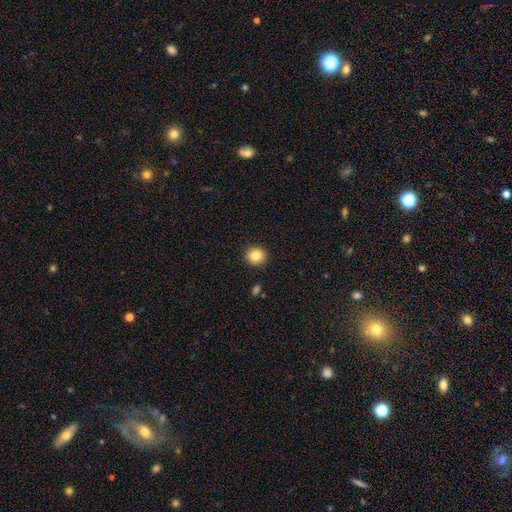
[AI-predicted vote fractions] This appears to be a smooth galaxy with no disk features (84%) that is round (88%). Merging: none (91%).